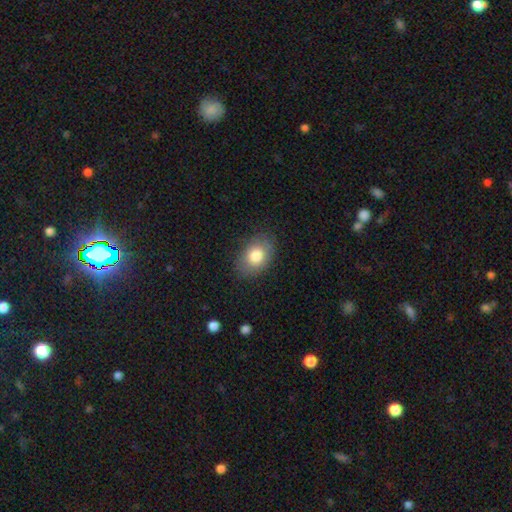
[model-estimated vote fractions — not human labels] Smooth or featured? smooth (80%)
How rounded? in between (81%)
Merging? none (82%)